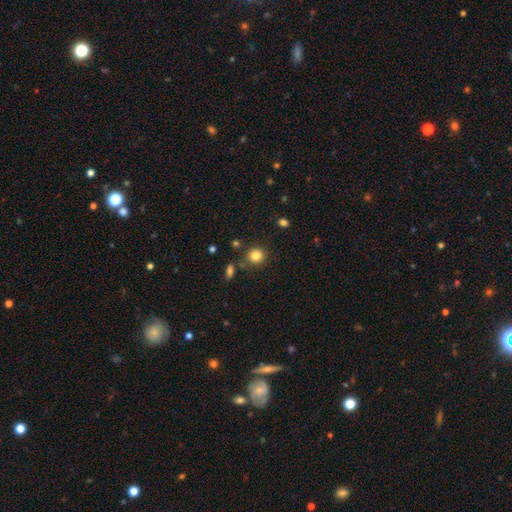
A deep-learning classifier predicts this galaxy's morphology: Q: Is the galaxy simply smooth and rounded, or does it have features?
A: smooth — 84%.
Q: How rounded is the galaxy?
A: round — 88%.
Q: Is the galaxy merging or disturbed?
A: none — 82%.